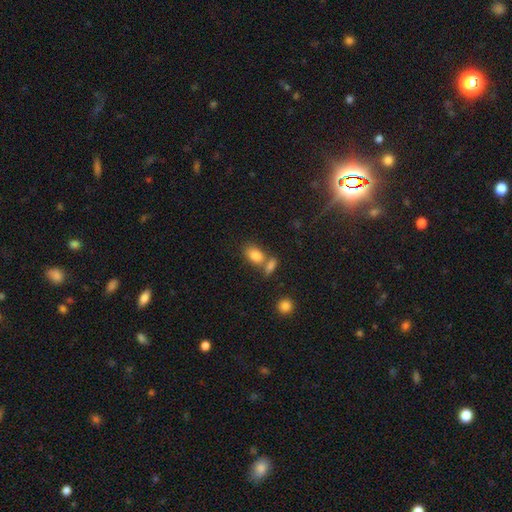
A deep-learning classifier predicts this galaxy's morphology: smooth 83%, star or artifact 9%, featured or disk 8%. Down the decision tree: how rounded — in between (83%); merging — none (45%).